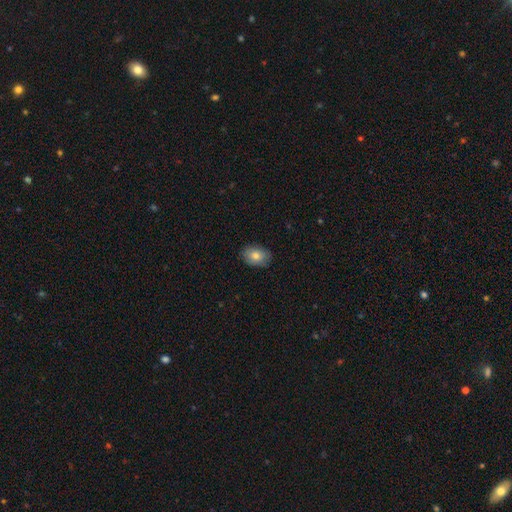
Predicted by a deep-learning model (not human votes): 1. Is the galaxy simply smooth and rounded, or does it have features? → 80% smooth, 12% featured or disk, 8% star or artifact.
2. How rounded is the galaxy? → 76% in between, 23% round, 1% cigar-shaped.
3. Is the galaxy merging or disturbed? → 85% none, 12% minor disturbance, 2% major disturbance, 1% merger.